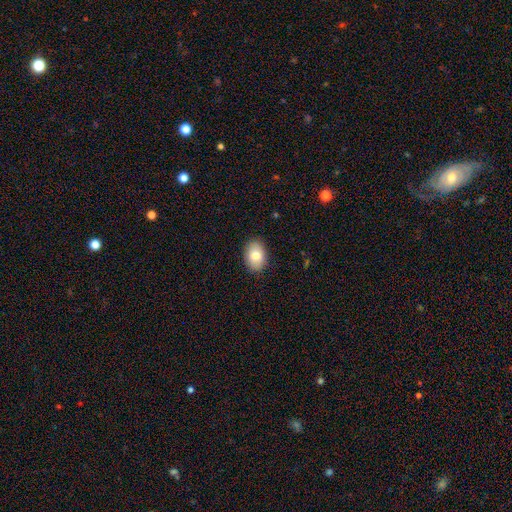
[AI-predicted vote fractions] Smooth or featured?
  - smooth: 80% *
  - featured or disk: 12%
  - star or artifact: 8%
How rounded?
  - in between: 81% *
  - round: 18%
  - cigar-shaped: 1%
Merging?
  - none: 89% *
  - minor disturbance: 9%
  - major disturbance: 2%
  - merger: 1%